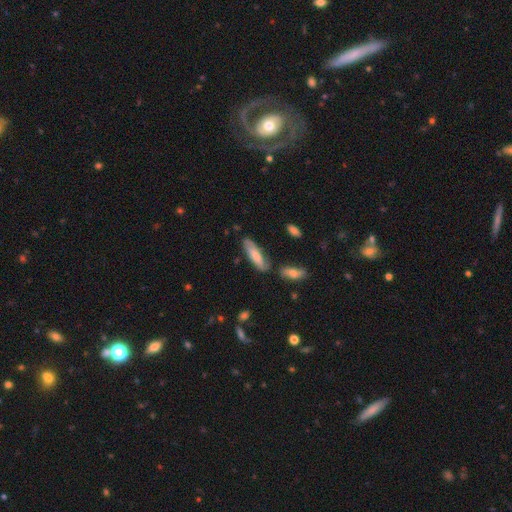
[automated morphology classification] Smooth or featured?
  - smooth: 68% *
  - featured or disk: 25%
  - star or artifact: 6%
How rounded?
  - cigar-shaped: 58% *
  - in between: 41%
  - round: 2%
Merging?
  - none: 71% *
  - minor disturbance: 18%
  - merger: 7%
  - major disturbance: 4%